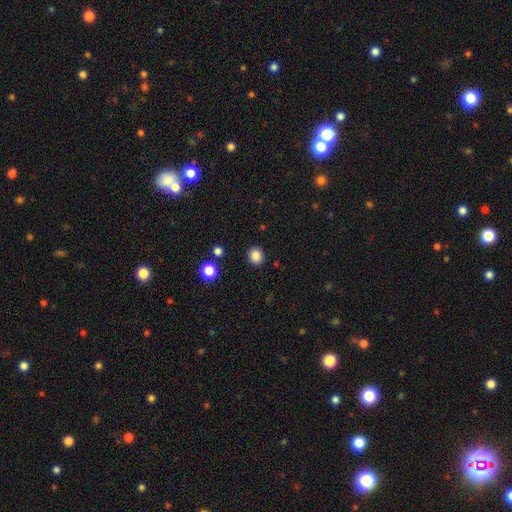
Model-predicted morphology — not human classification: Smooth or featured: smooth — 86% (star or artifact — 11%)
How rounded: round — 74% (in between — 25%)
Merging: none — 89% (minor disturbance — 7%)